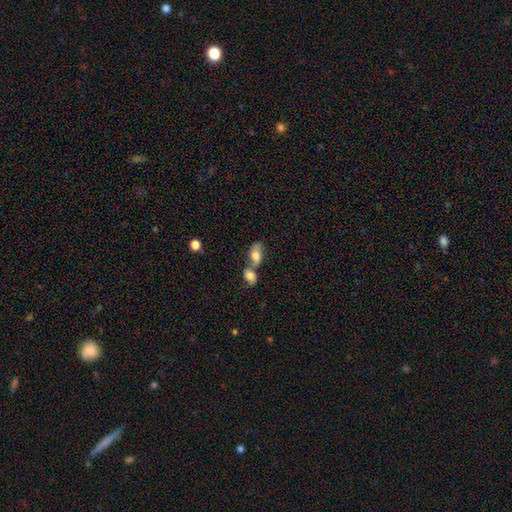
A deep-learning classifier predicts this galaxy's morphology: This appears to be a smooth galaxy with no disk features (72%) that is in between round and cigar-shaped (82%). Merging: merger (61%).